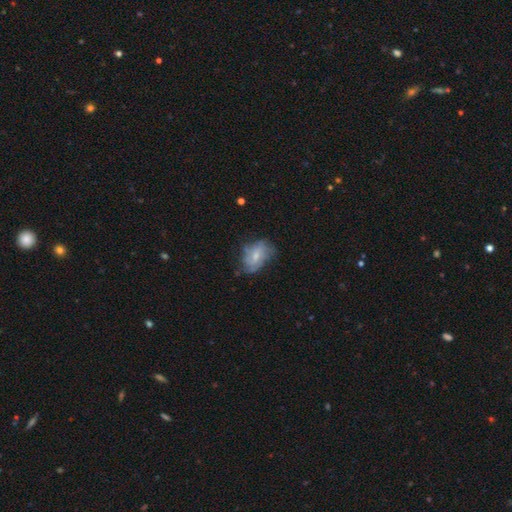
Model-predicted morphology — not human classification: smooth_or_featured: featured or disk (p=0.52) [alt: smooth p=0.40]
disk_edge_on: no (p=0.96) [alt: yes p=0.04]
bar: no (p=0.54) [alt: weak p=0.40]
has_spiral_arms: yes (p=0.70) [alt: no p=0.30]
bulge_size: small (p=0.47) [alt: moderate p=0.41]
merging: none (p=0.56) [alt: minor disturbance p=0.29]